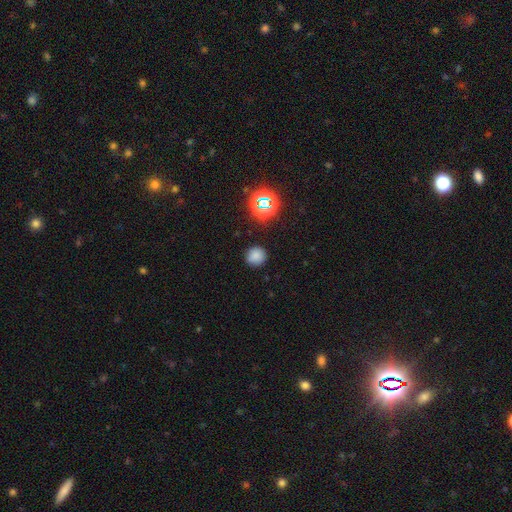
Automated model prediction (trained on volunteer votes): This appears to be a smooth galaxy with no disk features (77%) that is round (91%). Merging: none (87%).